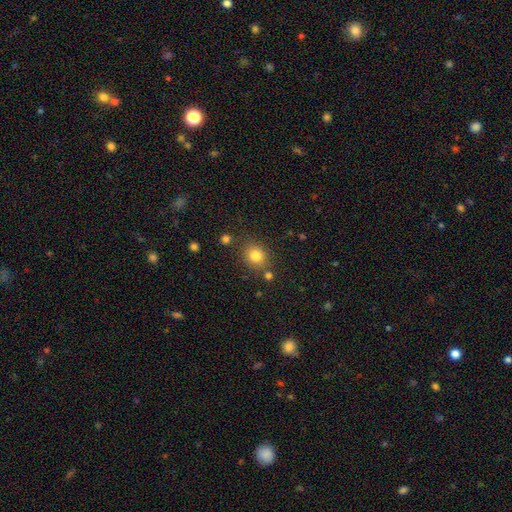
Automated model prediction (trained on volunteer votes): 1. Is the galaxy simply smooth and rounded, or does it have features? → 82% smooth, 12% star or artifact, 6% featured or disk.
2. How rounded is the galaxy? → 73% round, 26% in between, 1% cigar-shaped.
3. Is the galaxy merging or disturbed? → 78% none, 11% minor disturbance, 7% merger, 4% major disturbance.